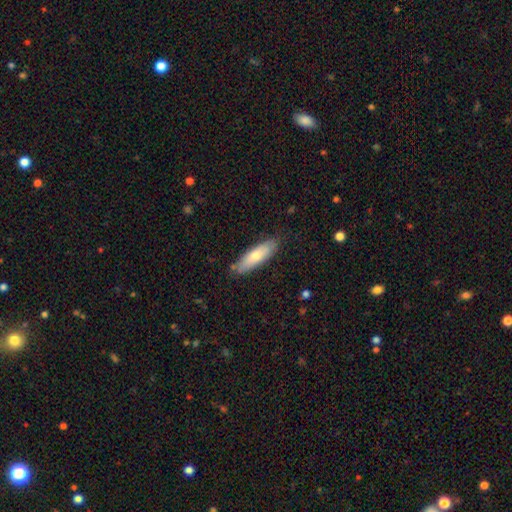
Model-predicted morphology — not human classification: A smooth galaxy with no disk features (68%) that is cigar-shaped (52%). Merging: none (80%).